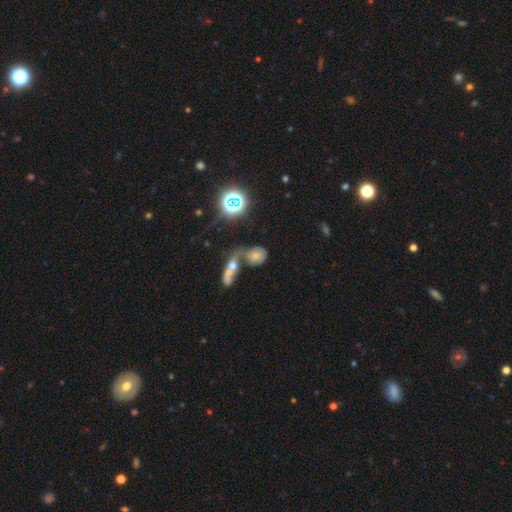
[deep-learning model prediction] smooth_or_featured: smooth (p=0.53) [alt: star or artifact p=0.24]
how_rounded: in between (p=0.52) [alt: round p=0.44]
merging: merger (p=0.50) [alt: none p=0.28]